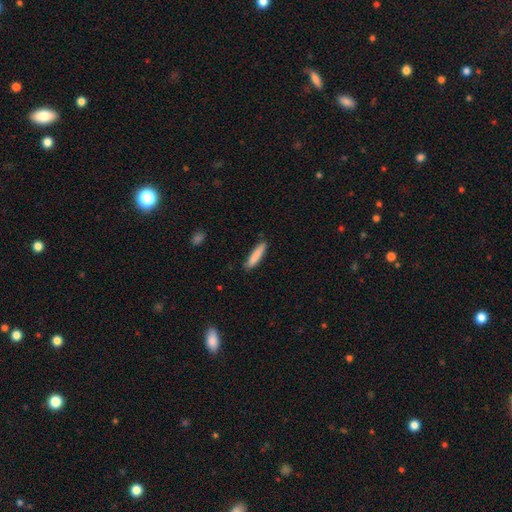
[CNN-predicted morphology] A smooth galaxy with no disk features (84%) that is cigar-shaped (87%).

Vote fractions:
- Smooth or featured? smooth: 84% / featured or disk: 10% / star or artifact: 6%
- How rounded? cigar-shaped: 87% / in between: 11% / round: 1%
- Merging? none: 86% / minor disturbance: 11% / major disturbance: 2% / merger: 1%